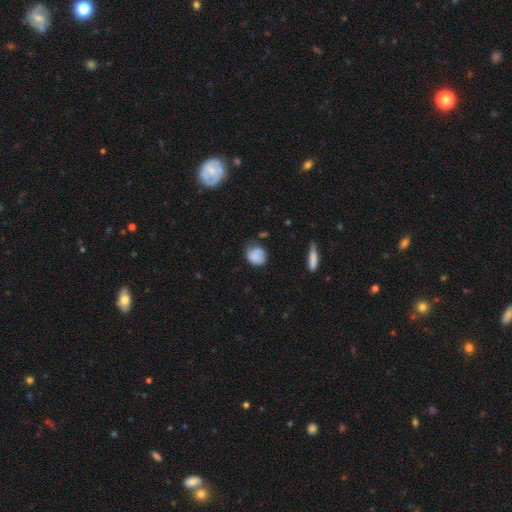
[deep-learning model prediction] Overall: smooth (74%). How rounded: round (62%; in between 36%). Merging: none (52%; minor disturbance 34%).